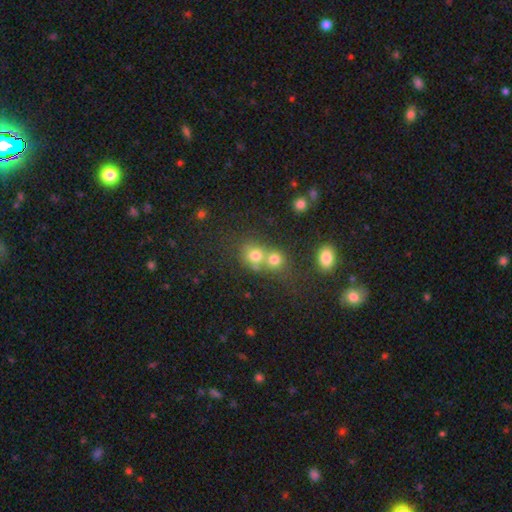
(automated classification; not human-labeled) A smooth galaxy with no disk features (73%) that is round (79%).

Vote fractions:
- Smooth or featured? smooth: 73% / star or artifact: 16% / featured or disk: 11%
- How rounded? round: 79% / in between: 20% / cigar-shaped: 1%
- Merging? merger: 51% / none: 39% / minor disturbance: 7% / major disturbance: 3%